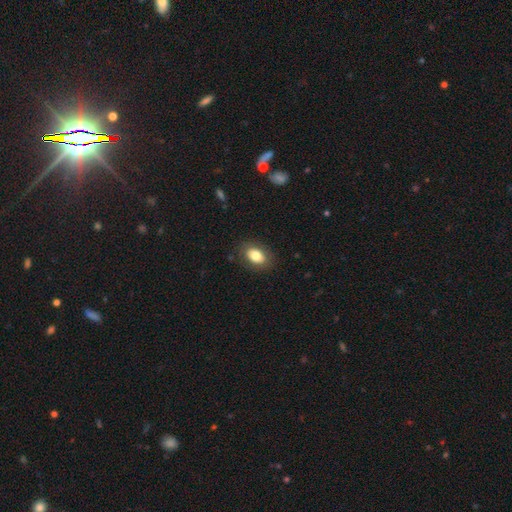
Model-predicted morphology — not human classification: smooth-or-featured: smooth: 80% | featured or disk: 12% | star or artifact: 8%
  how-rounded: in between: 85% | round: 14% | cigar-shaped: 1%
  merging: none: 86% | minor disturbance: 10% | major disturbance: 3% | merger: 1%